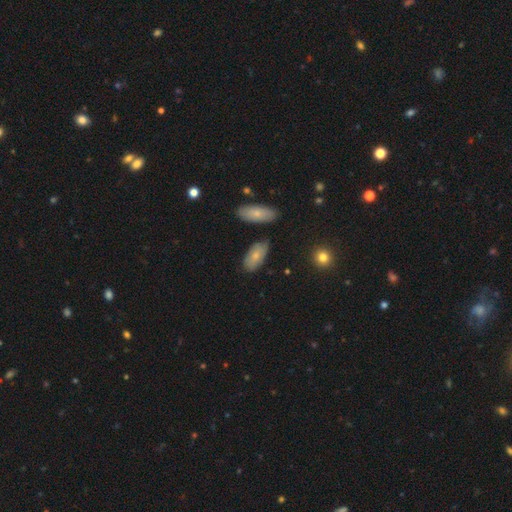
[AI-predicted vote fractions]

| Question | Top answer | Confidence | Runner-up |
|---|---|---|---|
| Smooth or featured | smooth | 74% | featured or disk (19%) |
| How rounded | in between | 92% | cigar-shaped (5%) |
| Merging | none | 71% | minor disturbance (19%) |